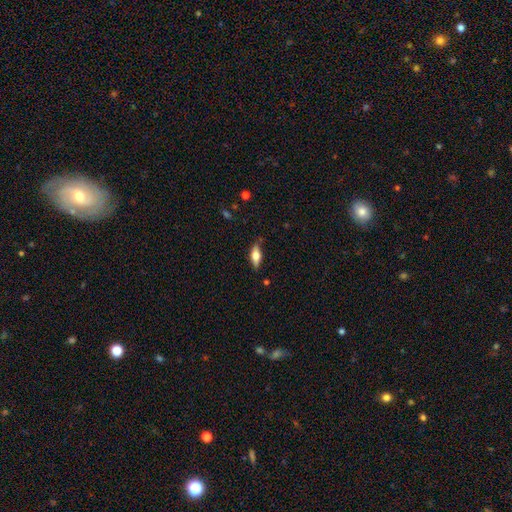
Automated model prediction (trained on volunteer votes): The model was most divided on "smooth or featured": smooth: 56%, featured or disk: 37%, star or artifact: 7%. More confident: merging — none (75%); how rounded — in between (69%).